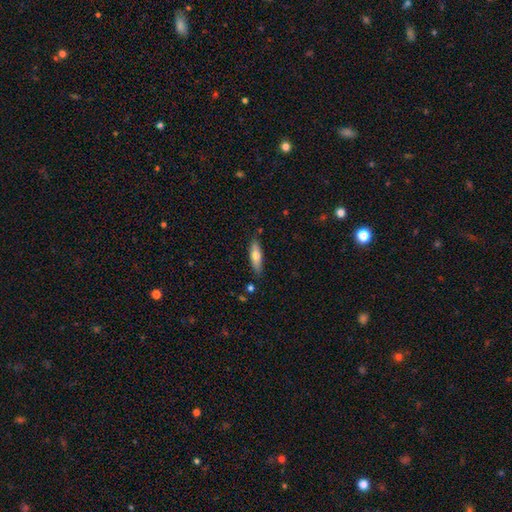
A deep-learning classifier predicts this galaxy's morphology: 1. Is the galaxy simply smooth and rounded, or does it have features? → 63% smooth, 31% featured or disk, 6% star or artifact.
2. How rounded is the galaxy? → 59% cigar-shaped, 39% in between, 2% round.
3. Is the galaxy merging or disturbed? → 83% none, 12% minor disturbance, 2% merger, 2% major disturbance.